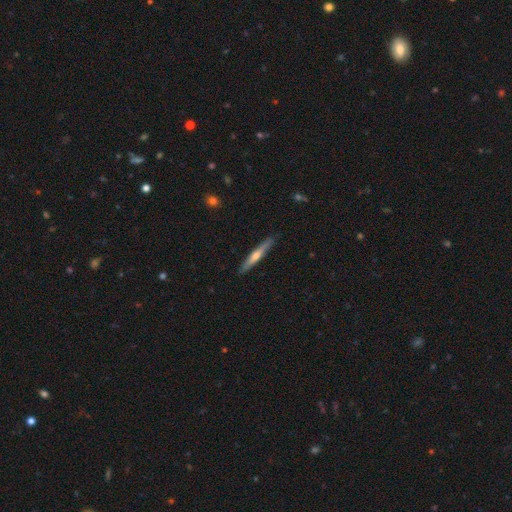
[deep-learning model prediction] featured or disk 53%, smooth 41%, star or artifact 5%. Down the decision tree: edge-on disk — yes (95%); edge-on bulge — rounded (79%); merging — none (90%).